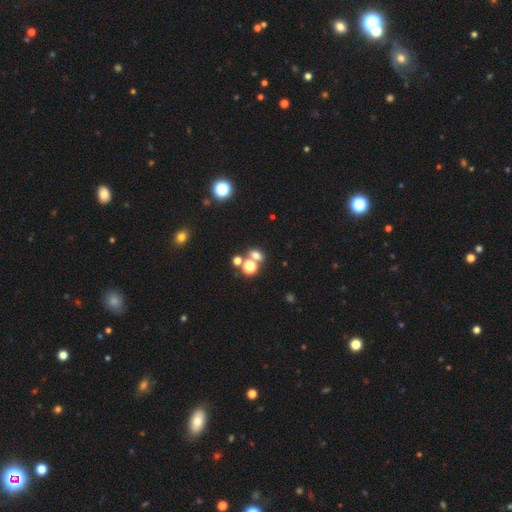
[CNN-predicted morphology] smooth-or-featured: smooth: 63% | star or artifact: 26% | featured or disk: 11%
  how-rounded: in between: 52% | round: 46% | cigar-shaped: 3%
  merging: none: 54% | merger: 32% | minor disturbance: 9% | major disturbance: 5%